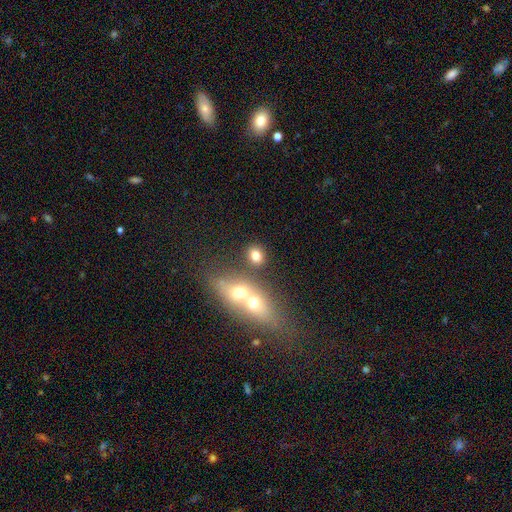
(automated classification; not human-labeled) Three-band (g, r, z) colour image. It shows a smooth galaxy with no disk features (75%) that is round (58%). Merging: none (59%).